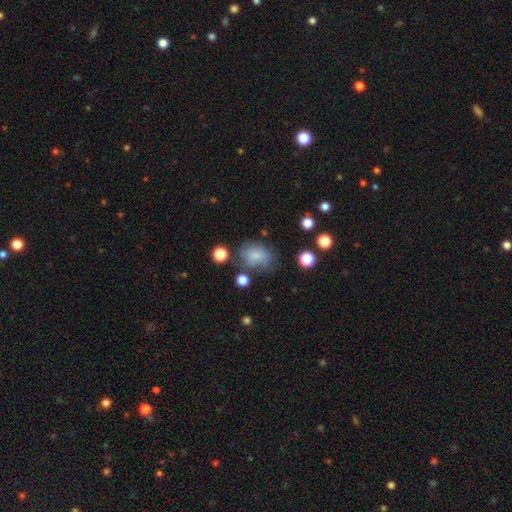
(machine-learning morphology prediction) Q: Smooth or featured?
A: smooth (76%); runner-up: featured or disk (12%)
Q: How rounded?
A: in between (52%); runner-up: round (47%)
Q: Merging?
A: none (55%); runner-up: minor disturbance (25%)